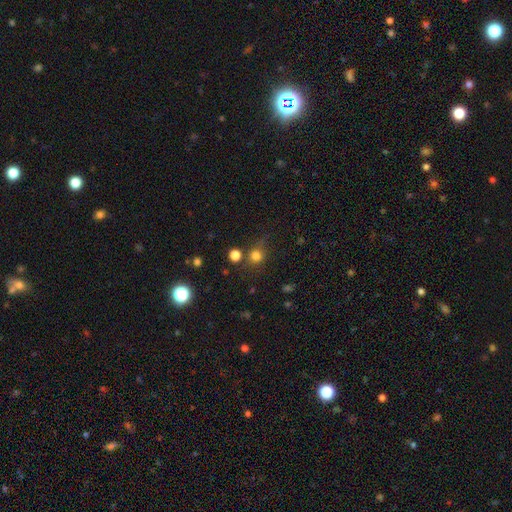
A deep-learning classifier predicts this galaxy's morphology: smooth 76%, star or artifact 18%, featured or disk 6%. Down the decision tree: how rounded — round (88%); merging — none (72%).